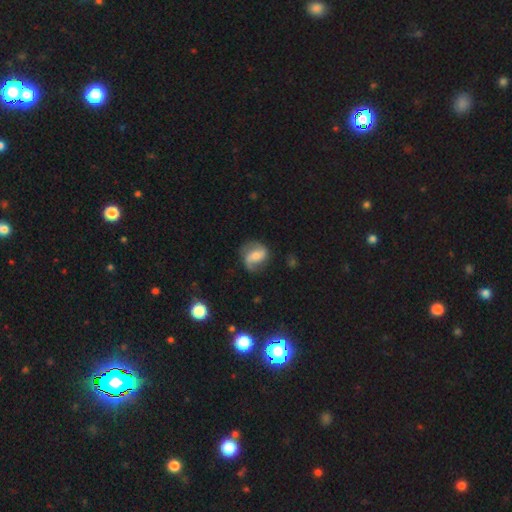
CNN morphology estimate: Q: Smooth or featured?
A: featured or disk (67%); runner-up: smooth (26%)
Q: Edge-on disk?
A: no (97%); runner-up: yes (3%)
Q: Bar?
A: weak (41%); runner-up: no (32%)
Q: Spiral arms?
A: yes (90%); runner-up: no (10%)
Q: Spiral winding?
A: loose (47%); runner-up: medium (38%)
Q: Spiral arm count?
A: 2 (83%); runner-up: 1 (7%)
Q: Bulge size?
A: moderate (45%); runner-up: small (39%)
Q: Merging?
A: none (67%); runner-up: minor disturbance (21%)